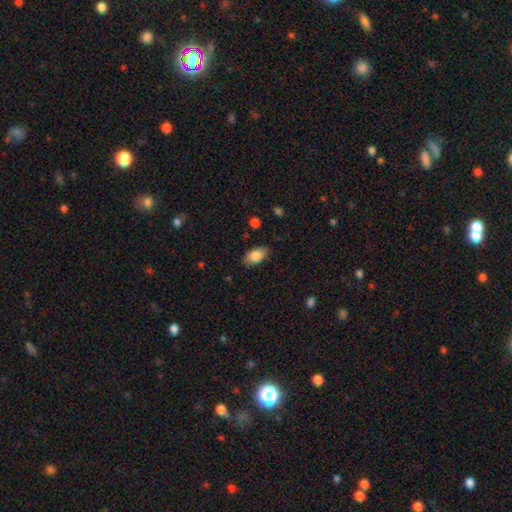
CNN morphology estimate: Q: Smooth or featured?
A: smooth (86%); runner-up: featured or disk (7%)
Q: How rounded?
A: in between (93%); runner-up: round (5%)
Q: Merging?
A: none (84%); runner-up: minor disturbance (12%)